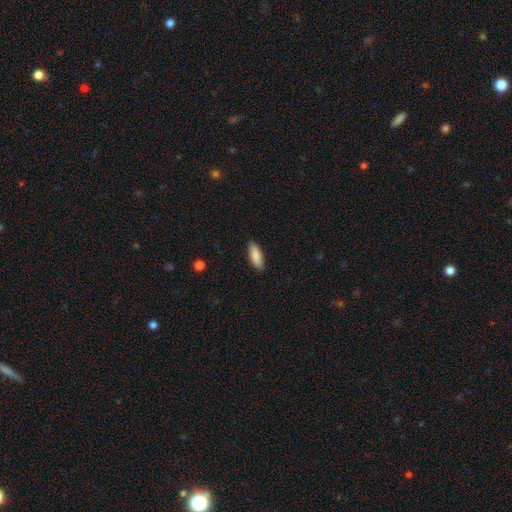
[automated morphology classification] Smooth or featured?
  - smooth: 88% *
  - featured or disk: 6%
  - star or artifact: 6%
How rounded?
  - in between: 68% *
  - cigar-shaped: 30%
  - round: 2%
Merging?
  - none: 88% *
  - minor disturbance: 9%
  - major disturbance: 2%
  - merger: 1%